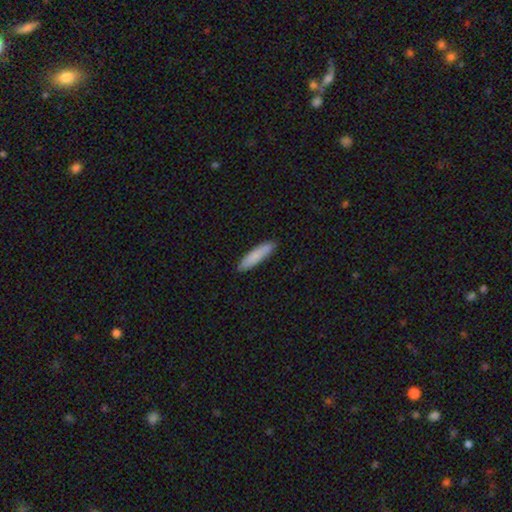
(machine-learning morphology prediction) The model was most divided on "how rounded": cigar-shaped: 79%, in between: 20%, round: 1%. More confident: merging — none (89%); smooth or featured — smooth (84%).